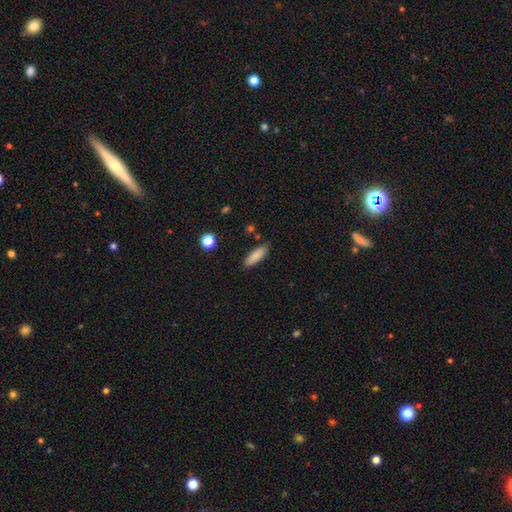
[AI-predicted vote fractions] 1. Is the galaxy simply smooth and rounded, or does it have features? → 86% smooth, 7% star or artifact, 7% featured or disk.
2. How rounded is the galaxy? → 54% in between, 44% cigar-shaped, 2% round.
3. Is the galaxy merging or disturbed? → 85% none, 11% minor disturbance, 2% major disturbance, 2% merger.